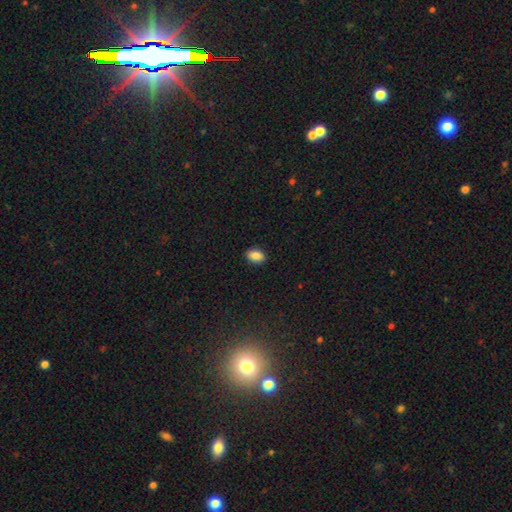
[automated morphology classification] Q: Smooth or featured?
A: smooth (86%); runner-up: star or artifact (8%)
Q: How rounded?
A: in between (86%); runner-up: round (13%)
Q: Merging?
A: none (90%); runner-up: minor disturbance (8%)